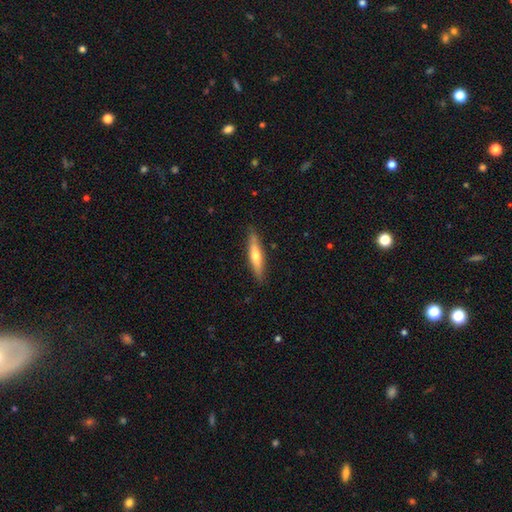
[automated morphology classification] smooth-or-featured: smooth: 55% | featured or disk: 39% | star or artifact: 6%
  how-rounded: cigar-shaped: 84% | in between: 14% | round: 1%
  merging: none: 87% | minor disturbance: 10% | major disturbance: 2% | merger: 1%